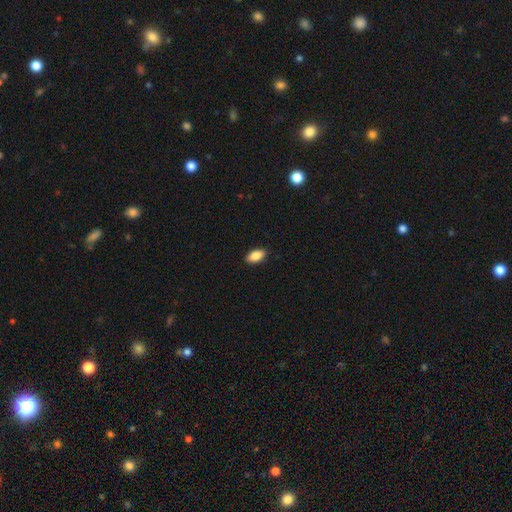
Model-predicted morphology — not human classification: Smooth or featured? smooth (88%)
How rounded? in between (92%)
Merging? none (89%)